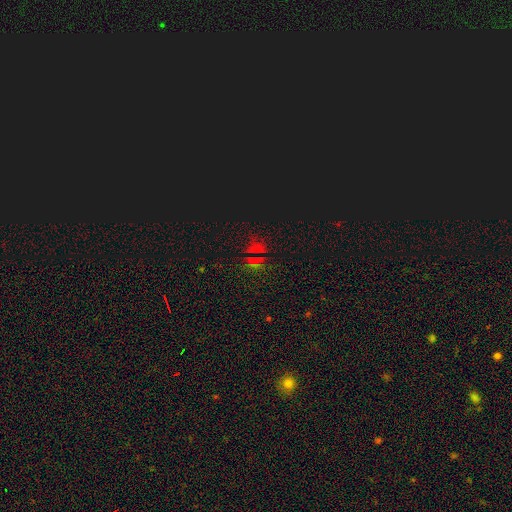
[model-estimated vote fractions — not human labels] Overall: star or artifact (65%; smooth 28%).